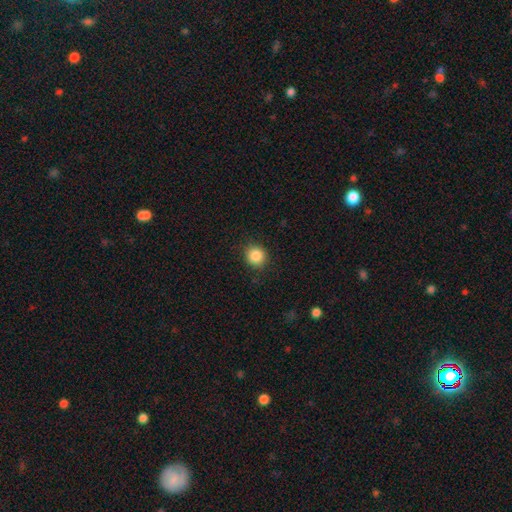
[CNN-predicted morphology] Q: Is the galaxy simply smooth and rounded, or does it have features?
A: smooth — 86%.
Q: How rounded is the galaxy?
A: round — 89%.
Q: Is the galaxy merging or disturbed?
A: none — 89%.